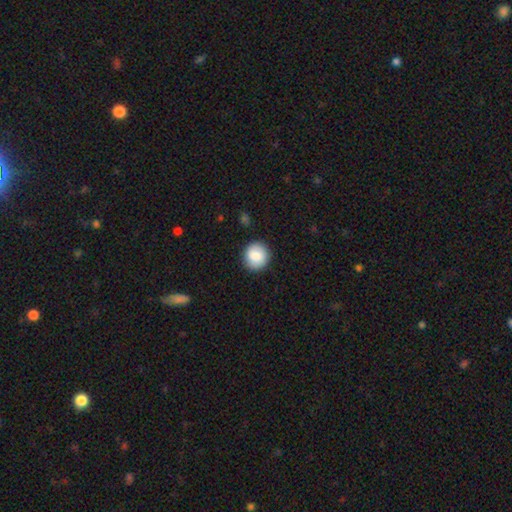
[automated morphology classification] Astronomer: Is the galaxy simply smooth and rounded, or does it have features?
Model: smooth — 84%.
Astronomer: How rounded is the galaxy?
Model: round — 88%.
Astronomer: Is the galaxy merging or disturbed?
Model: none — 88%.